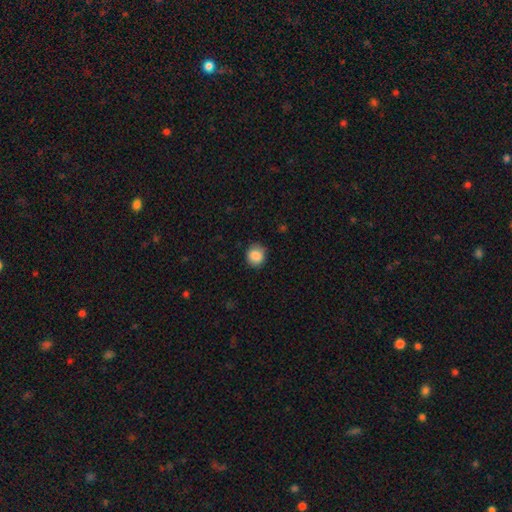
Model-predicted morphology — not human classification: This is clearly a smooth galaxy (86%). How rounded: clearly round (83%). Merging: clearly none (85%).